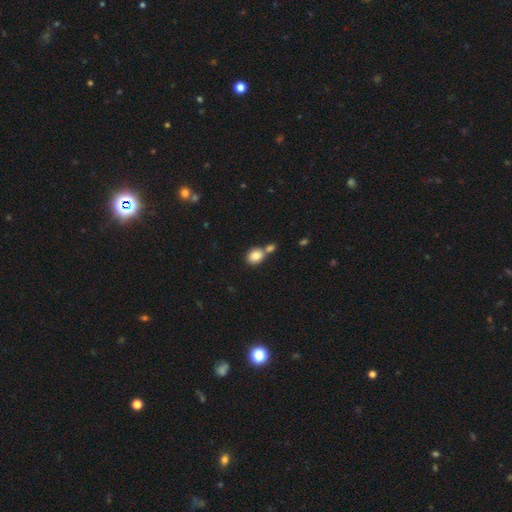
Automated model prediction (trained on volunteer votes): A smooth galaxy with no disk features (83%) that is round (55%).

Vote fractions:
- Smooth or featured? smooth: 83% / star or artifact: 9% / featured or disk: 8%
- How rounded? round: 55% / in between: 44% / cigar-shaped: 1%
- Merging? none: 50% / merger: 37% / minor disturbance: 10% / major disturbance: 3%